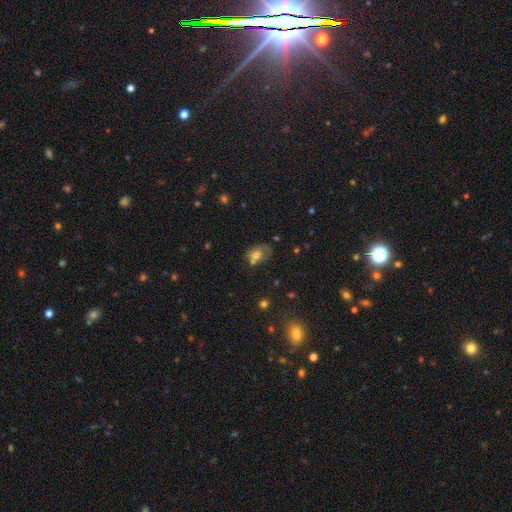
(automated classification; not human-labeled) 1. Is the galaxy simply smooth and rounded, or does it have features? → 63% smooth, 25% featured or disk, 13% star or artifact.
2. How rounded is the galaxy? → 70% in between, 29% round, 1% cigar-shaped.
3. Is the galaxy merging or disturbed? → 32% none, 26% minor disturbance, 24% merger, 18% major disturbance.